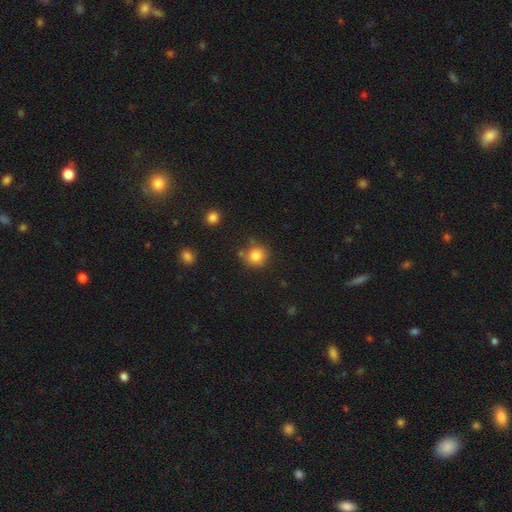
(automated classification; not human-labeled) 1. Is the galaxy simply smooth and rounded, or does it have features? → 83% smooth, 11% star or artifact, 6% featured or disk.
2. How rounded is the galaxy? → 89% round, 10% in between, 1% cigar-shaped.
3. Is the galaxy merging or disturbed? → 74% none, 14% minor disturbance, 8% merger, 4% major disturbance.